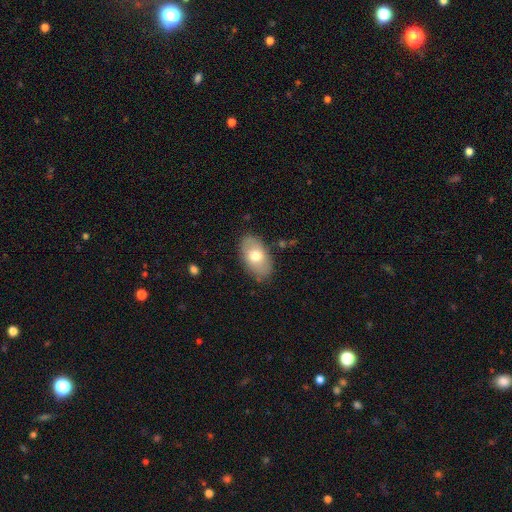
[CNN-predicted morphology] A smooth galaxy with no disk features (69%) that is in between round and cigar-shaped (92%). Merging: none (83%).